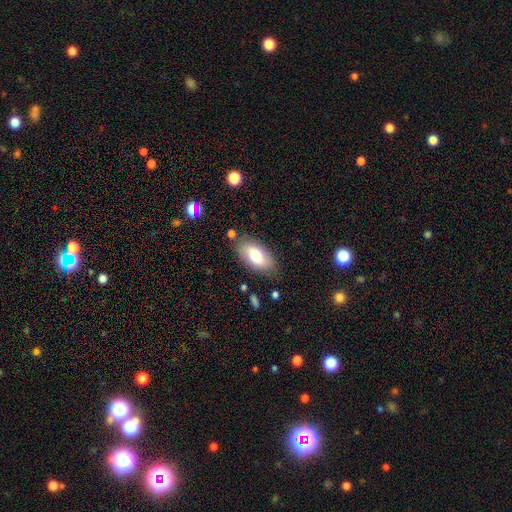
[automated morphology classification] type=smooth (71%); roundness=in between (92%); merging=none (79%).